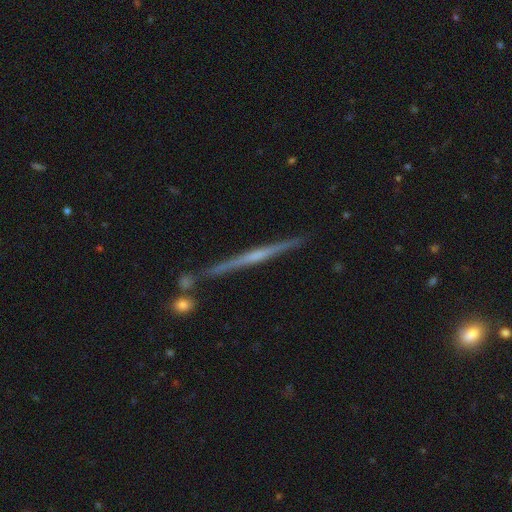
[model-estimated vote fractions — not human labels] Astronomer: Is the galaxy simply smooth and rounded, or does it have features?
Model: featured or disk — 71%.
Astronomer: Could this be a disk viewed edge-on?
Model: yes — 98%.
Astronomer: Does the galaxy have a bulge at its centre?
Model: none — 61%.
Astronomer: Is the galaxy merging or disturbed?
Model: none — 85%.